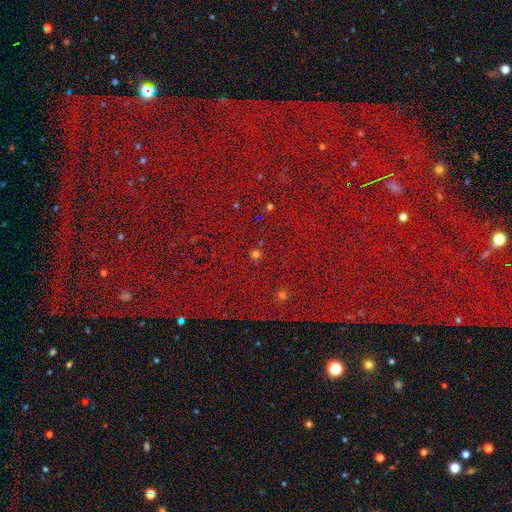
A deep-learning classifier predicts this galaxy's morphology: Smooth or featured? Predicted: star or artifact (p=0.85).